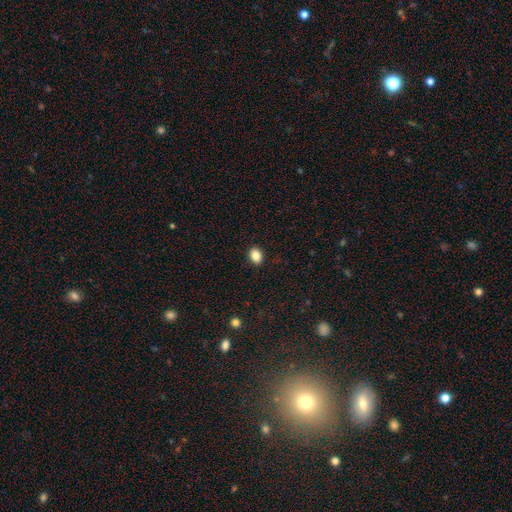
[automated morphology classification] smooth-or-featured: smooth: 86% | star or artifact: 9% | featured or disk: 5%
  how-rounded: in between: 65% | round: 34% | cigar-shaped: 1%
  merging: none: 91% | minor disturbance: 7% | major disturbance: 2% | merger: 1%